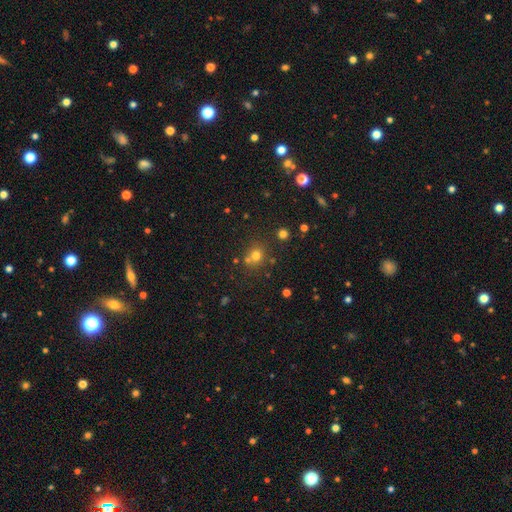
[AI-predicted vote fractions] This is likely a smooth galaxy (70%). How rounded: clearly round (81%). Merging: likely none (64%).